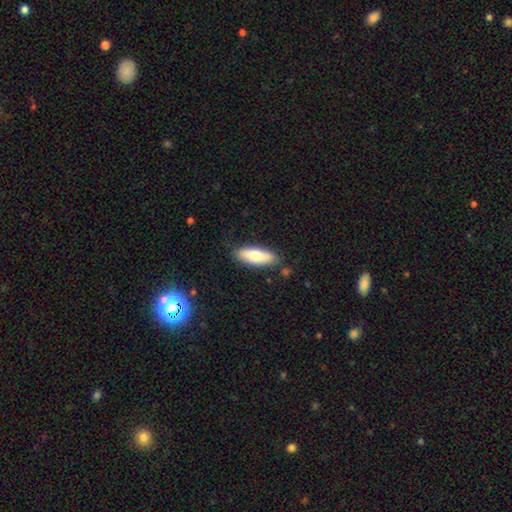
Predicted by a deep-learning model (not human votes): Smooth or featured: smooth — 77% (featured or disk — 17%)
How rounded: in between — 70% (cigar-shaped — 28%)
Merging: none — 83% (minor disturbance — 12%)